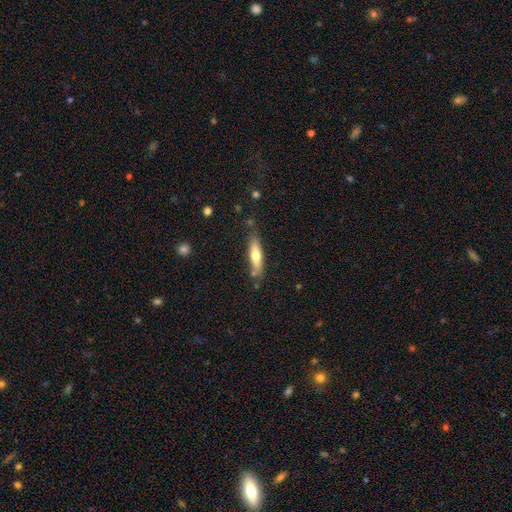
Smooth or featured: smooth — 72% (featured or disk — 25%)
How rounded: cigar-shaped — 83% (in between — 14%)
Merging: none — 59% (minor disturbance — 31%)